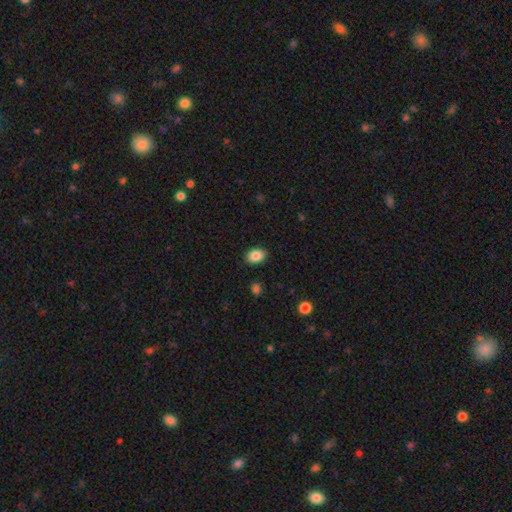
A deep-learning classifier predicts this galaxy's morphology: smooth_or_featured: smooth (p=0.87) [alt: star or artifact p=0.08]
how_rounded: in between (p=0.72) [alt: round p=0.27]
merging: none (p=0.89) [alt: minor disturbance p=0.08]